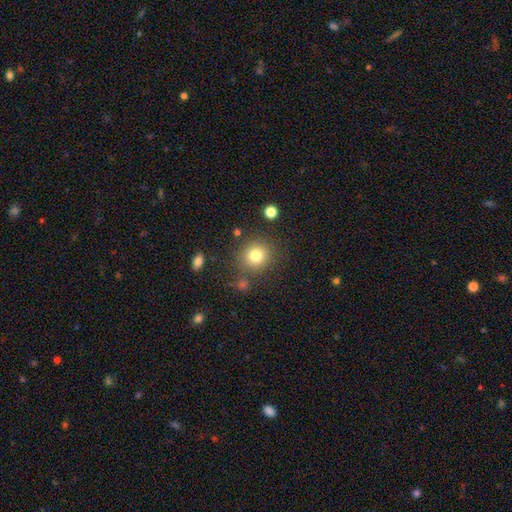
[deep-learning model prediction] Morphology: type=smooth (80%); roundness=round (88%); merging=none (82%).